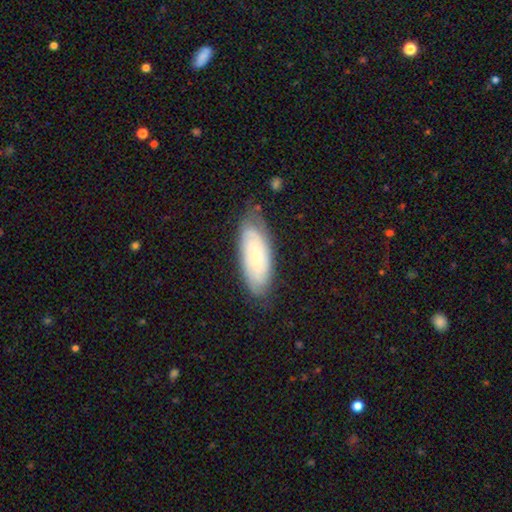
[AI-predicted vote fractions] Smooth or featured: featured or disk — 50% (smooth — 42%)
Edge-on disk: no — 86% (yes — 14%)
Merging: none — 71% (minor disturbance — 22%)